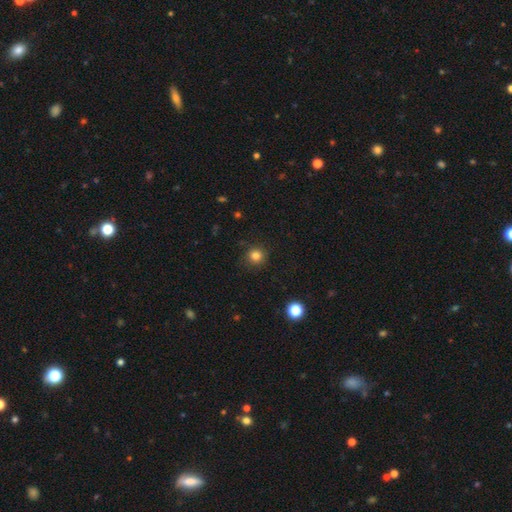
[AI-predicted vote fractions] This appears to be a smooth galaxy with no disk features (83%) that is round (93%). Merging: none (89%).